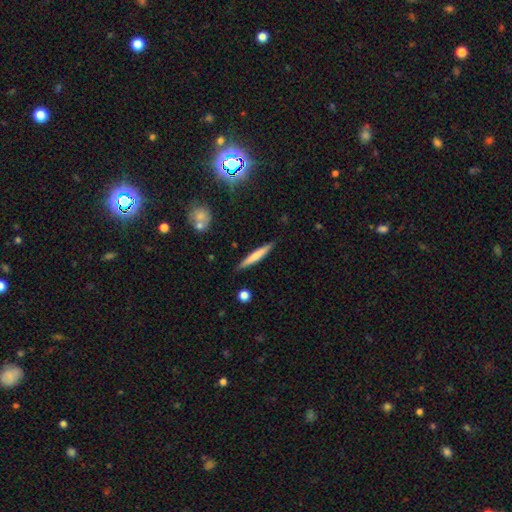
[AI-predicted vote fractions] smooth_or_featured: smooth (p=0.64) [alt: featured or disk p=0.30]
how_rounded: cigar-shaped (p=0.94) [alt: in between p=0.04]
merging: none (p=0.88) [alt: minor disturbance p=0.09]